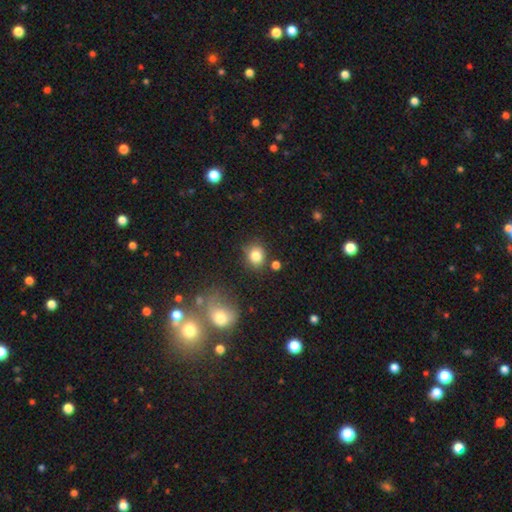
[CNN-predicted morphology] Smooth or featured: smooth — 82% (star or artifact — 11%)
How rounded: round — 72% (in between — 27%)
Merging: none — 75% (minor disturbance — 15%)